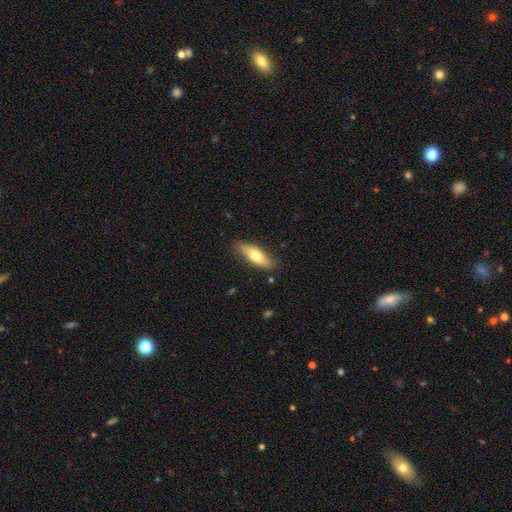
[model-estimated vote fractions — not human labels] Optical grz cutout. It shows a smooth galaxy with no disk features (69%) that is in between round and cigar-shaped (64%). Merging: none (84%).